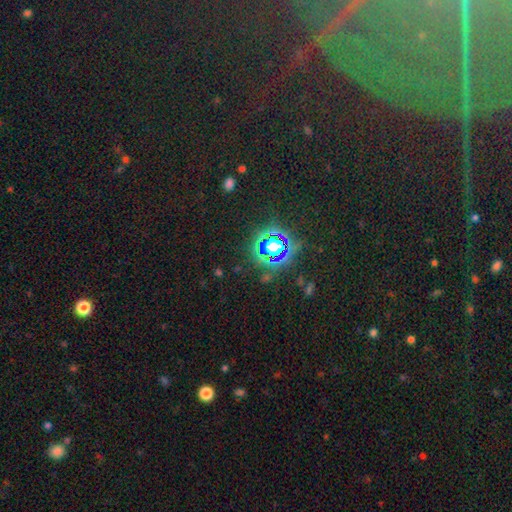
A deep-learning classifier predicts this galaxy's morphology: Overall: star or artifact (78%).